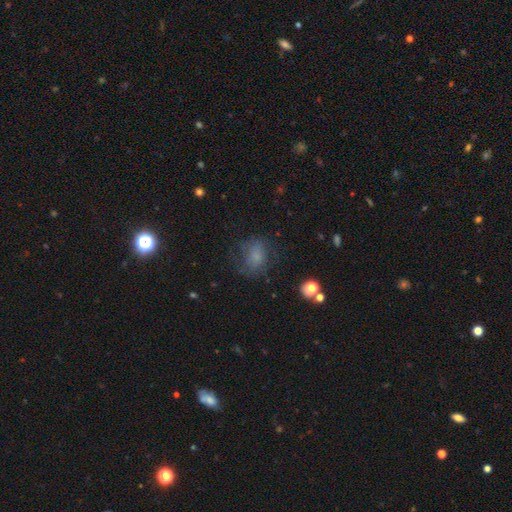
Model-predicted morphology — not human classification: Smooth or featured? Predicted: smooth (p=0.61). How rounded? Predicted: in between (p=0.49, tied with round). Merging? Predicted: none (p=0.59).